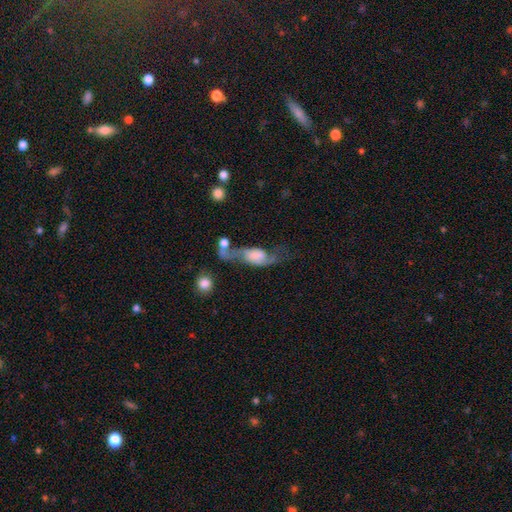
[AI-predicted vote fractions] Smooth or featured? featured or disk (58%)
Edge-on disk? no (84%)
Merging? major disturbance (31%)